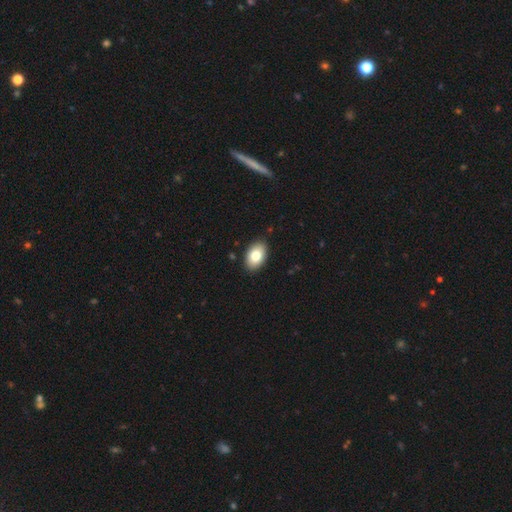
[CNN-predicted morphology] Q: Smooth or featured?
A: smooth (82%); runner-up: featured or disk (11%)
Q: How rounded?
A: in between (90%); runner-up: round (8%)
Q: Merging?
A: none (89%); runner-up: minor disturbance (9%)